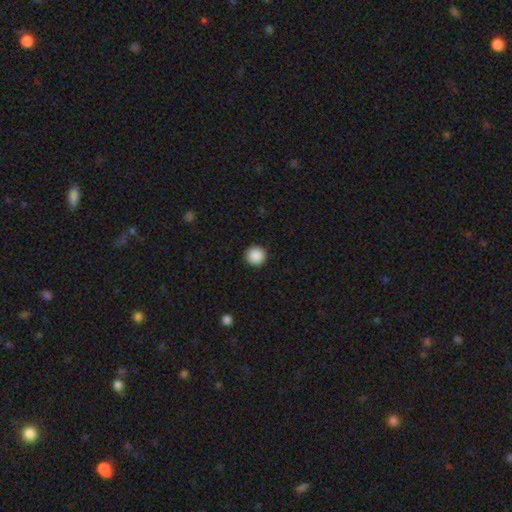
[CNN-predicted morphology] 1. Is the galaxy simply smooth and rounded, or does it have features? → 89% smooth, 9% star or artifact, 2% featured or disk.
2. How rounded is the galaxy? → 96% round, 3% in between, 1% cigar-shaped.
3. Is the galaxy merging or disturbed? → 93% none, 4% minor disturbance, 2% major disturbance, 1% merger.